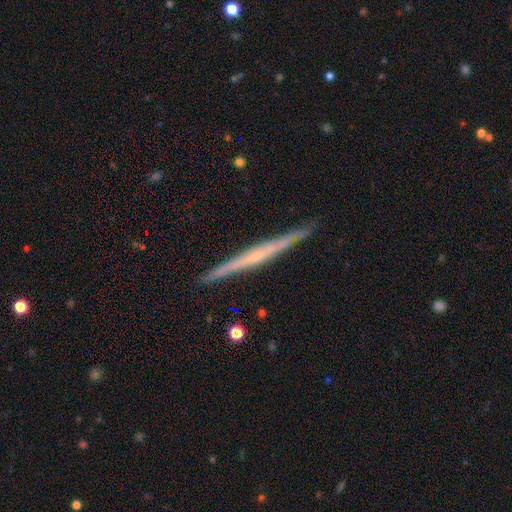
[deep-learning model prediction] This is likely a featured or disk galaxy (69%). It is clearly viewed edge-on (98%). Edge-on bulge: likely none (65%). Merging: clearly none (89%).